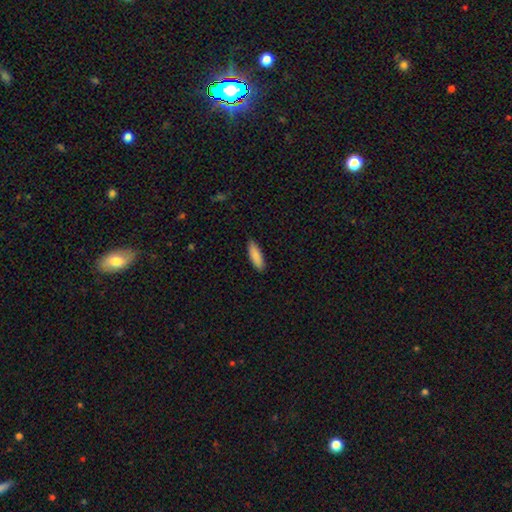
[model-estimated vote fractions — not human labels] smooth_or_featured: smooth (p=0.88) [alt: featured or disk p=0.06]
how_rounded: in between (p=0.49) [tied with: cigar-shaped p=0.49]
merging: none (p=0.88) [alt: minor disturbance p=0.10]